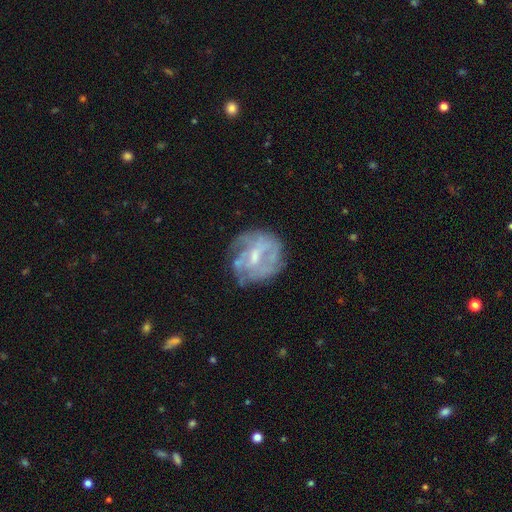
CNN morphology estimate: This appears to be a featured or disk galaxy (69%) with a weak bar (46%), no spiral arms (51%) and a small central bulge (46%). Merging: none (62%).